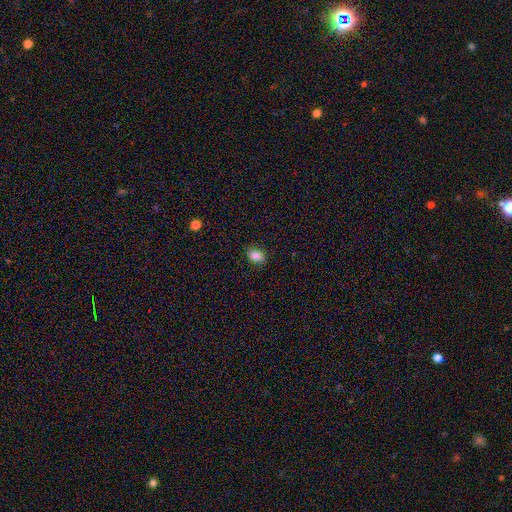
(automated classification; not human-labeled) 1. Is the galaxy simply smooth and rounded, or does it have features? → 85% smooth, 9% star or artifact, 6% featured or disk.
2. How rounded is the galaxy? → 67% in between, 32% round, 1% cigar-shaped.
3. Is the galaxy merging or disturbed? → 84% none, 13% minor disturbance, 3% major disturbance, 1% merger.